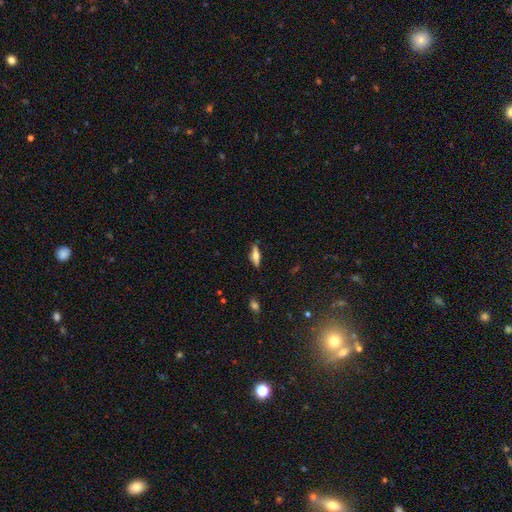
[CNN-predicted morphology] This appears to be a smooth galaxy with no disk features (48%). Merging: none (80%).